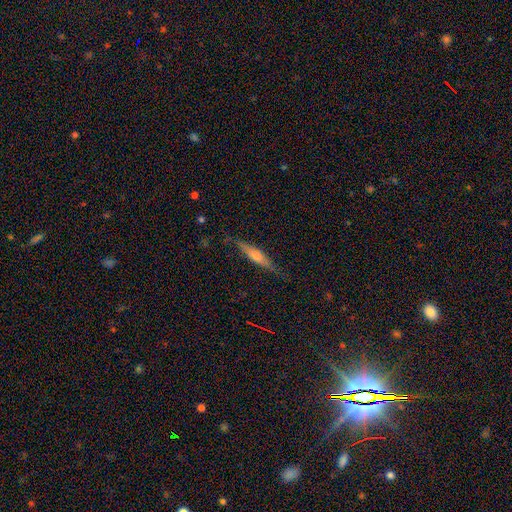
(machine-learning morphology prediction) This is likely a featured or disk galaxy (62%). It is clearly viewed edge-on (95%). Edge-on bulge: likely rounded (68%). Merging: clearly none (81%).